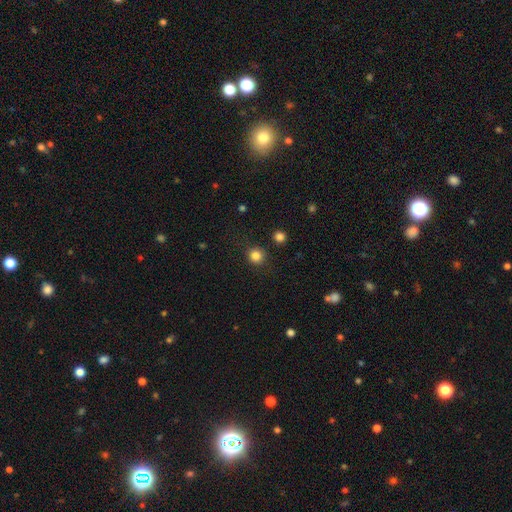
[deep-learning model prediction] A smooth galaxy with no disk features (84%) that is round (91%).

Vote fractions:
- Smooth or featured? smooth: 84% / star or artifact: 12% / featured or disk: 4%
- How rounded? round: 91% / in between: 8% / cigar-shaped: 1%
- Merging? none: 87% / minor disturbance: 8% / major disturbance: 3% / merger: 2%